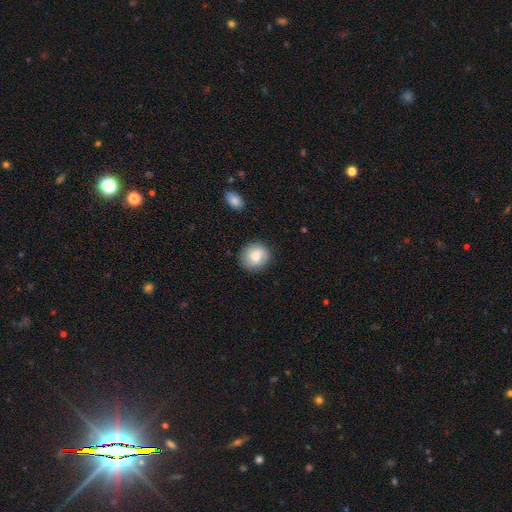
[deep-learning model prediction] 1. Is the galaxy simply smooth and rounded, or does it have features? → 76% smooth, 16% featured or disk, 8% star or artifact.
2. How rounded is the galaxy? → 86% round, 13% in between, 1% cigar-shaped.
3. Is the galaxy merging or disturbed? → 84% none, 11% minor disturbance, 3% major disturbance, 2% merger.